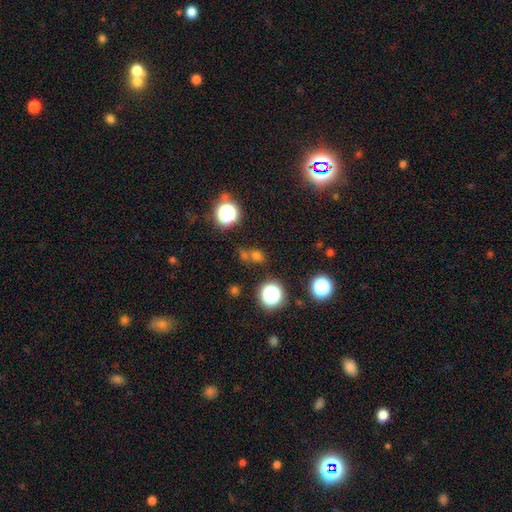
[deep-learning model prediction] Q: Smooth or featured?
A: smooth (58%); runner-up: star or artifact (34%)
Q: How rounded?
A: round (69%); runner-up: in between (29%)
Q: Merging?
A: none (60%); runner-up: merger (24%)